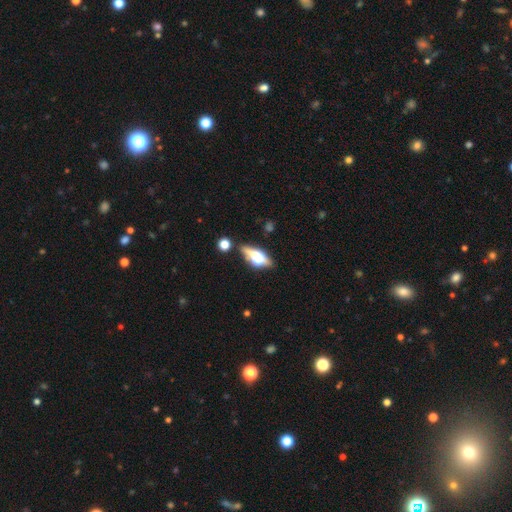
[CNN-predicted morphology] Smooth or featured? smooth (46%)
Merging? none (58%)